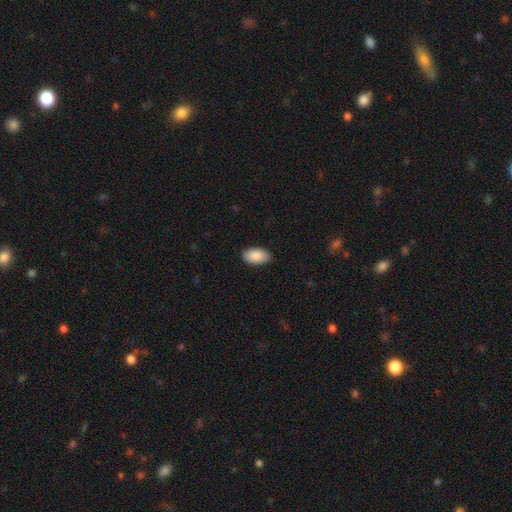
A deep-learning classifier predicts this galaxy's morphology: Q: Smooth or featured?
A: smooth (90%); runner-up: star or artifact (6%)
Q: How rounded?
A: in between (95%); runner-up: round (4%)
Q: Merging?
A: none (86%); runner-up: minor disturbance (11%)